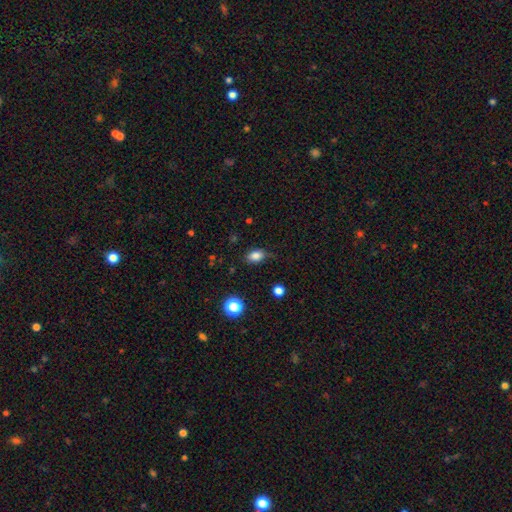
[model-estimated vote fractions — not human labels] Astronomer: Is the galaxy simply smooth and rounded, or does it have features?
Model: smooth — 82%.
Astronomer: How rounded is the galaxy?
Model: in between — 76%.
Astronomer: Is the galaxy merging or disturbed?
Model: none — 73%.